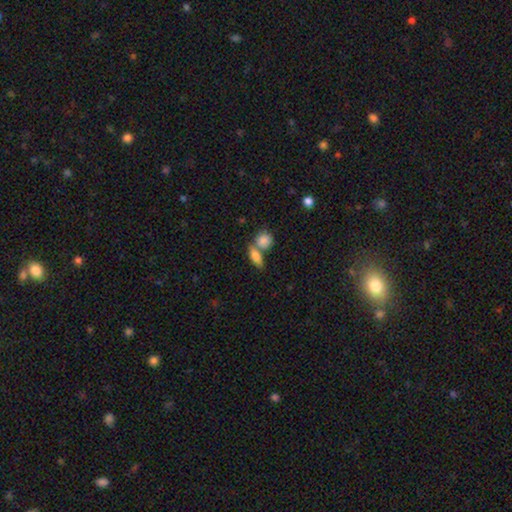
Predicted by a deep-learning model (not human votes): smooth-or-featured: smooth: 79% | featured or disk: 14% | star or artifact: 7%
  how-rounded: in between: 72% | round: 14% | cigar-shaped: 14%
  merging: merger: 44% | none: 42% | minor disturbance: 10% | major disturbance: 4%